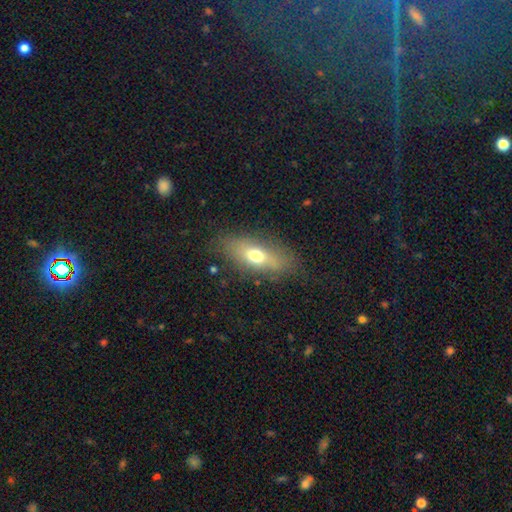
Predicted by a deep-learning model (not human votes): A smooth galaxy with no disk features (64%) that is in between round and cigar-shaped (73%). Merging: none (77%).